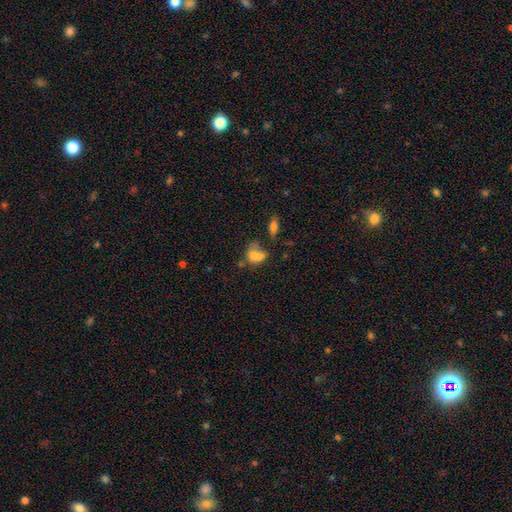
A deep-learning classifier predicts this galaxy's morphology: smooth-or-featured: smooth: 68% | featured or disk: 20% | star or artifact: 12%
  how-rounded: in between: 61% | round: 36% | cigar-shaped: 3%
  merging: merger: 55% | none: 24% | minor disturbance: 11% | major disturbance: 10%